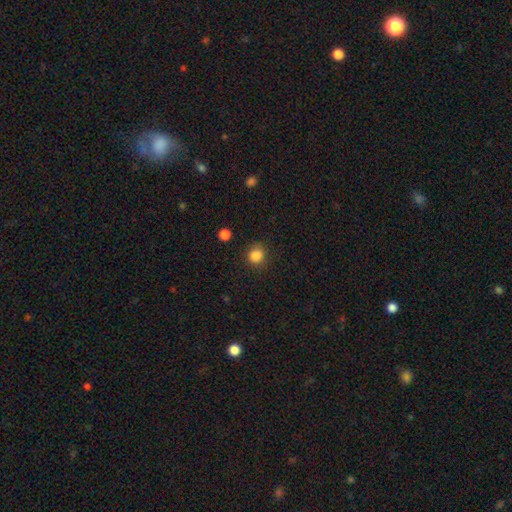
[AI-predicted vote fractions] Q: Smooth or featured?
A: smooth (85%); runner-up: star or artifact (12%)
Q: How rounded?
A: round (85%); runner-up: in between (15%)
Q: Merging?
A: none (83%); runner-up: minor disturbance (11%)